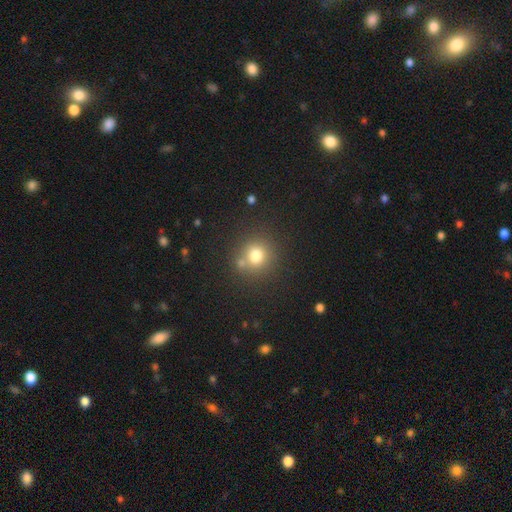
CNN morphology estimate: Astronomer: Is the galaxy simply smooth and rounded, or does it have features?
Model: smooth — 75%.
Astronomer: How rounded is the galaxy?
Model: round — 90%.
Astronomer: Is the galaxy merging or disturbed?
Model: none — 72%.